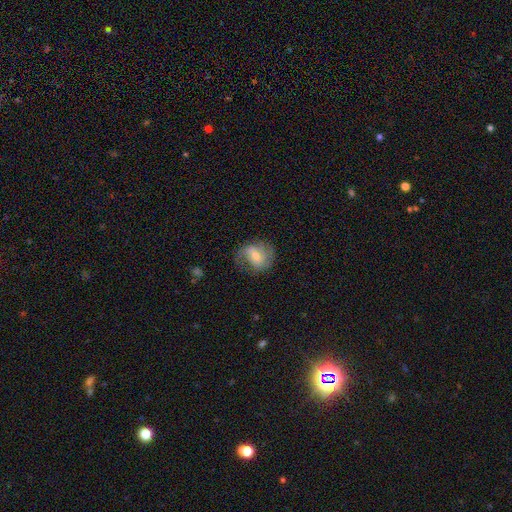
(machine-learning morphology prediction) Smooth or featured? Predicted: featured or disk (p=0.53). Edge-on disk? Predicted: no (p=0.96). Bar? Predicted: weak (p=0.48). Spiral arms? Predicted: yes (p=0.75). Bulge size? Predicted: moderate (p=0.63). Merging? Predicted: none (p=0.58).